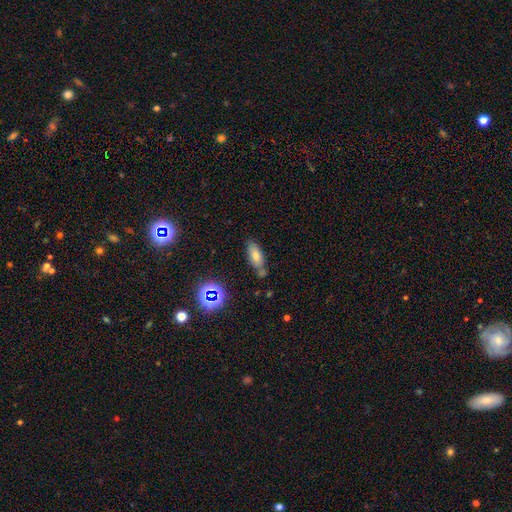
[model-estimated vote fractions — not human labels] Smooth or featured? Predicted: smooth (p=0.70). How rounded? Predicted: in between (p=0.77). Merging? Predicted: none (p=0.62).